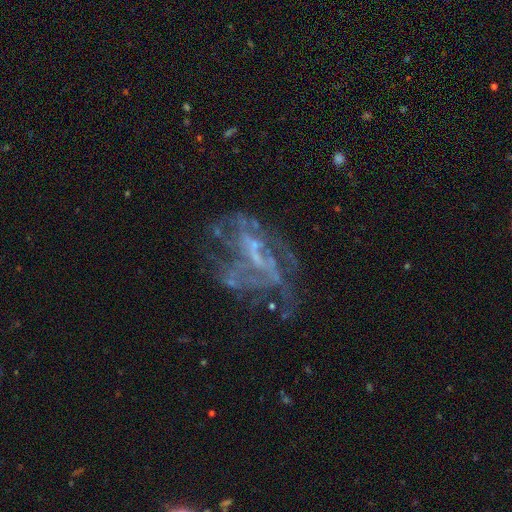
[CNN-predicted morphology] featured or disk 73%, star or artifact 17%, smooth 10%. Down the decision tree: edge-on disk — no (96%); bar — no (52%); spiral arms — no (56%); bulge size — none (50%); merging — none (39%).